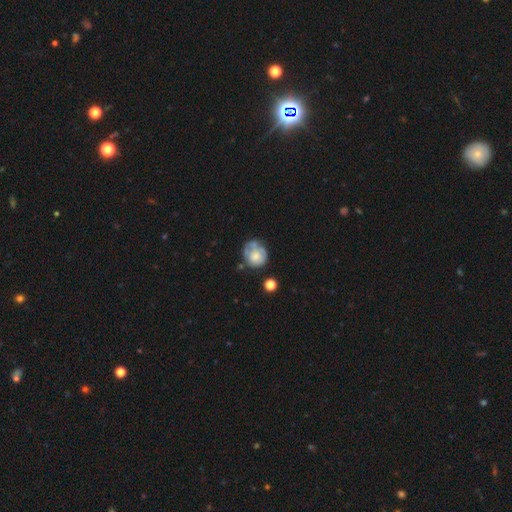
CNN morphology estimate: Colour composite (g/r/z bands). It shows a smooth galaxy with no disk features (53%) that is round (72%). Merging: none (45%).